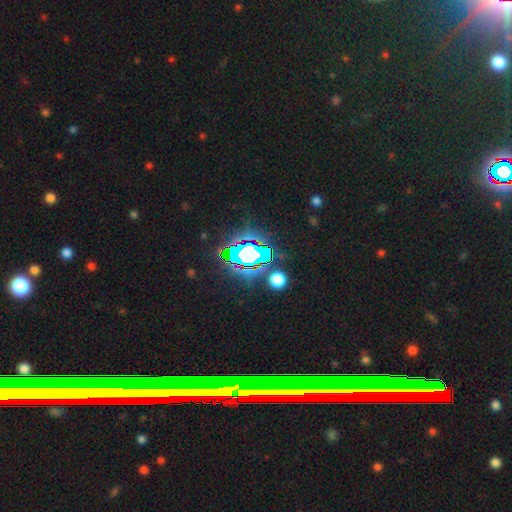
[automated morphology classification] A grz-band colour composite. It shows a star or artifact, not a galaxy (80%).